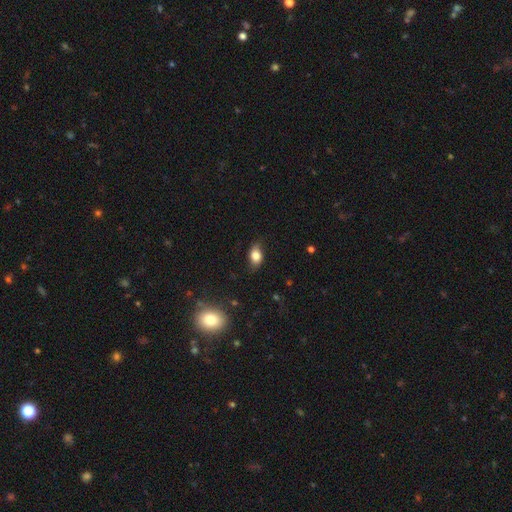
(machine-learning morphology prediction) smooth-or-featured: smooth: 76% | featured or disk: 16% | star or artifact: 9%
  how-rounded: in between: 83% | round: 14% | cigar-shaped: 3%
  merging: none: 73% | minor disturbance: 21% | major disturbance: 5% | merger: 1%